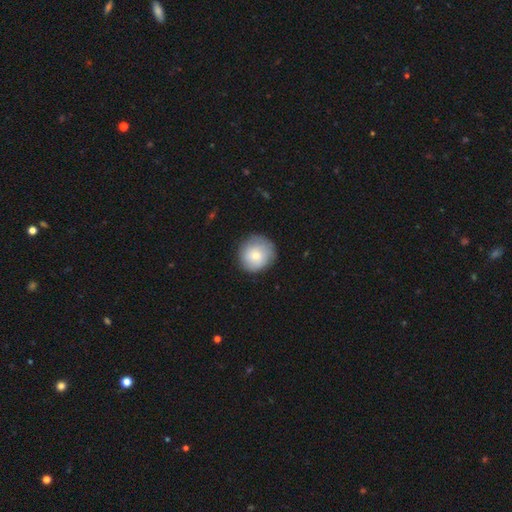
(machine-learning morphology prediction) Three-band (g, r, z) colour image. It shows a smooth galaxy with no disk features (73%) that is round (91%). Merging: none (82%).